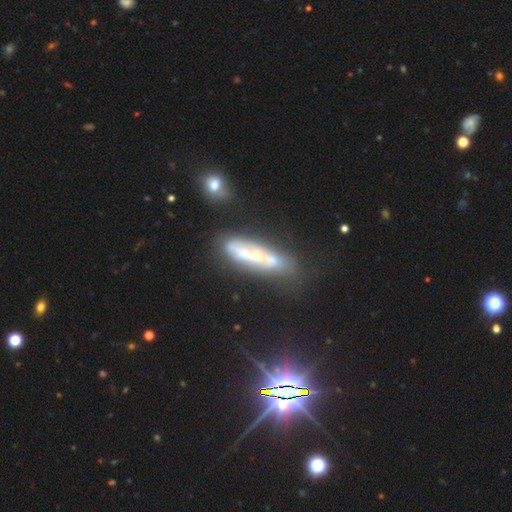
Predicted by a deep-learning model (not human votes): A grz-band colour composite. It shows a featured or disk galaxy (57%) viewed edge-on (51%). Merging: none (45%).